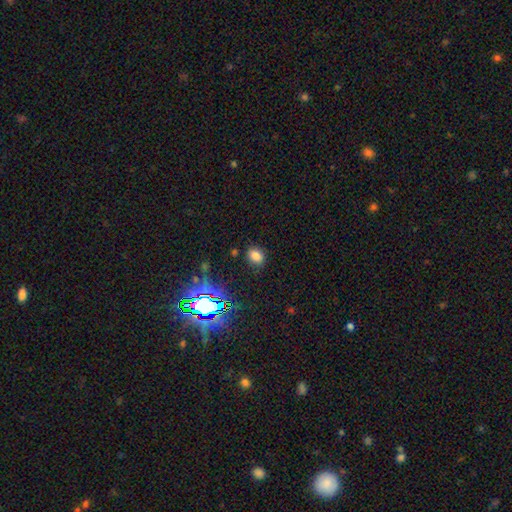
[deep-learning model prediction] smooth 75%, star or artifact 19%, featured or disk 6%. Down the decision tree: how rounded — in between (67%); merging — none (84%).